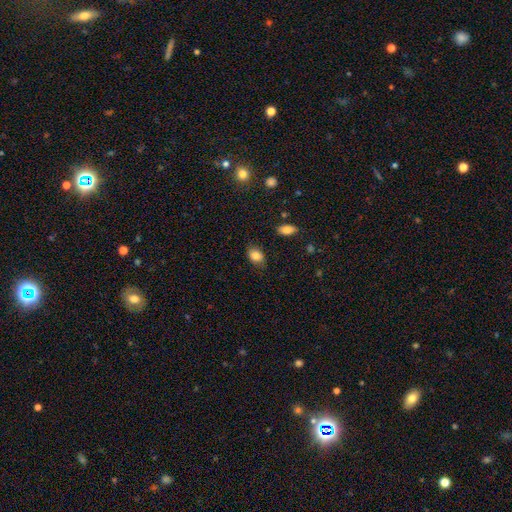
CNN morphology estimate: type=smooth (84%); roundness=in between (78%); merging=none (80%).